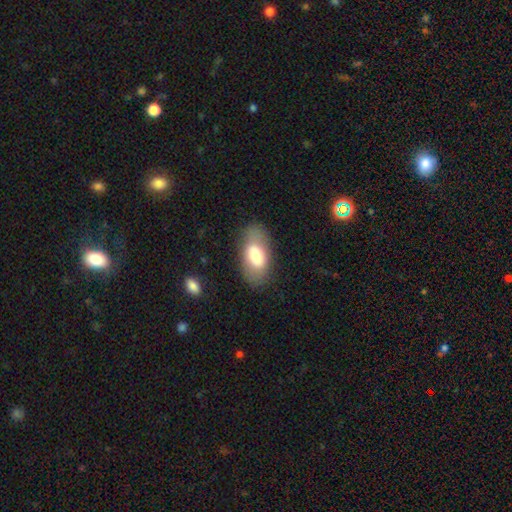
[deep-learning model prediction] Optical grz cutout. It shows a smooth galaxy with no disk features (69%) that is in between round and cigar-shaped (92%). Merging: none (77%).